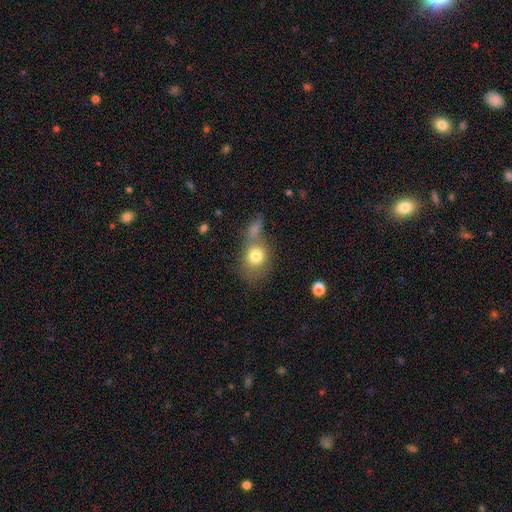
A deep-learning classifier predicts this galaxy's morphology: Q: Smooth or featured?
A: smooth (77%); runner-up: featured or disk (14%)
Q: How rounded?
A: round (54%); runner-up: in between (44%)
Q: Merging?
A: merger (40%); runner-up: none (36%)